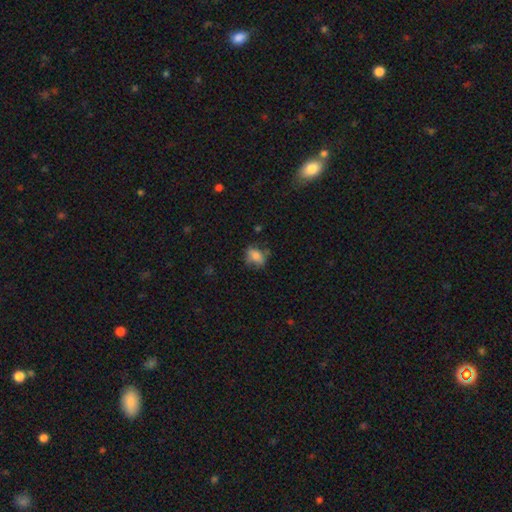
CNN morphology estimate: A smooth galaxy with no disk features (74%) that is in between round and cigar-shaped (71%).

Vote fractions:
- Smooth or featured? smooth: 74% / featured or disk: 16% / star or artifact: 10%
- How rounded? in between: 71% / round: 25% / cigar-shaped: 4%
- Merging? none: 61% / minor disturbance: 26% / major disturbance: 9% / merger: 4%